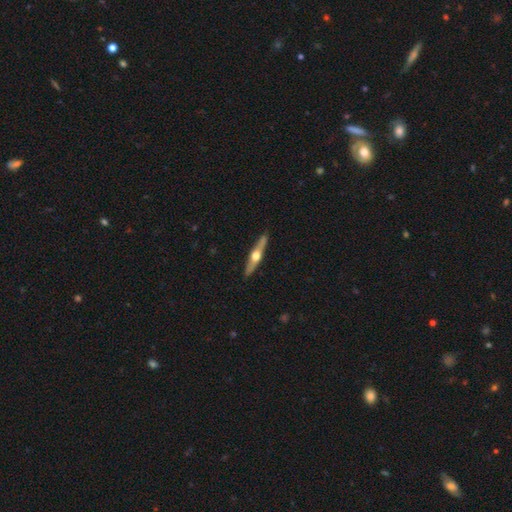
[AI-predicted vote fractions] Morphology: type=featured or disk (72%); edge-on=yes (97%); edge-on bulge=rounded (96%); merging=none (91%).